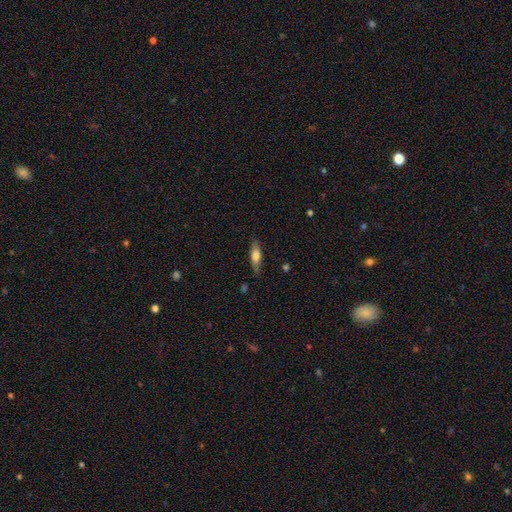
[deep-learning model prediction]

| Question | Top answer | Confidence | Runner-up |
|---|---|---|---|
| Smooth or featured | smooth | 60% | featured or disk (34%) |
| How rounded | cigar-shaped | 59% | in between (38%) |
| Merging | none | 79% | minor disturbance (16%) |